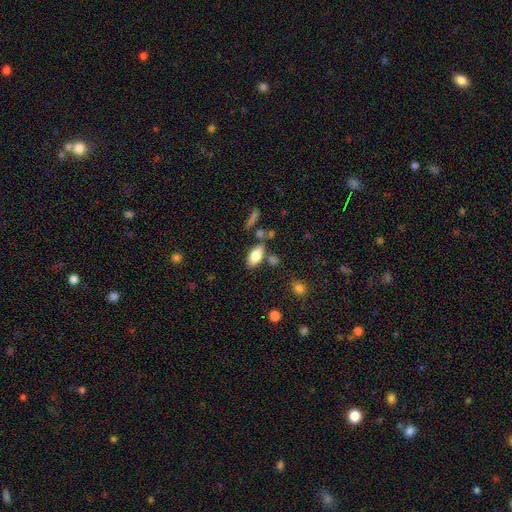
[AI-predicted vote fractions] Smooth or featured?
  - smooth: 79% *
  - featured or disk: 13%
  - star or artifact: 8%
How rounded?
  - in between: 90% *
  - cigar-shaped: 7%
  - round: 3%
Merging?
  - none: 73% *
  - minor disturbance: 13%
  - merger: 10%
  - major disturbance: 4%